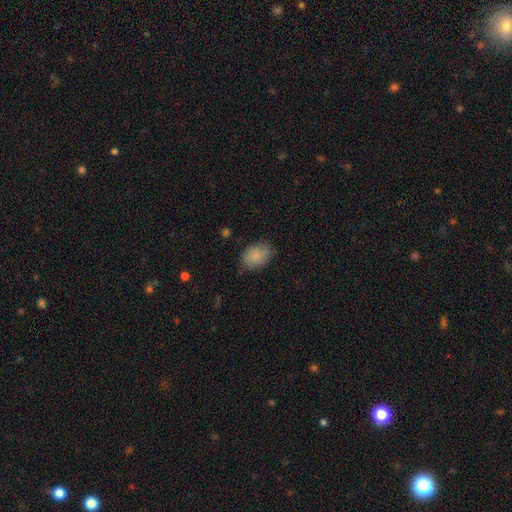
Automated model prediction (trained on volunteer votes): smooth-or-featured: smooth: 86% | star or artifact: 7% | featured or disk: 7%
  how-rounded: in between: 77% | round: 22% | cigar-shaped: 1%
  merging: none: 75% | minor disturbance: 20% | major disturbance: 4% | merger: 1%